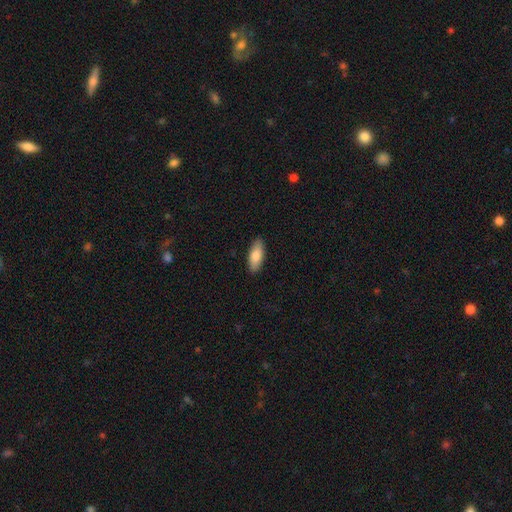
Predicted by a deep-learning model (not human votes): Q: Smooth or featured?
A: smooth (84%); runner-up: featured or disk (11%)
Q: How rounded?
A: in between (81%); runner-up: cigar-shaped (17%)
Q: Merging?
A: none (89%); runner-up: minor disturbance (8%)